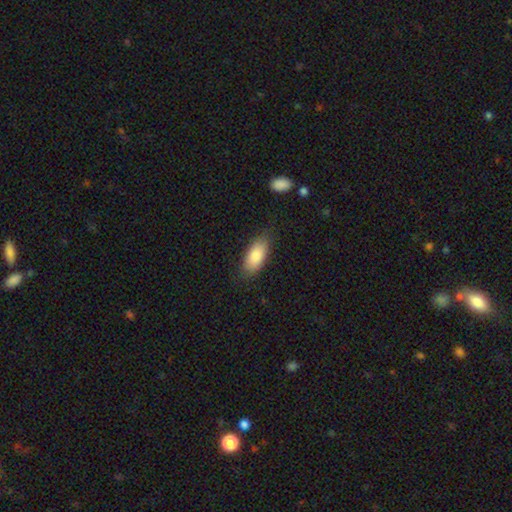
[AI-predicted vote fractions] This is clearly a smooth galaxy (85%). How rounded: clearly in between (88%). Merging: likely none (79%).